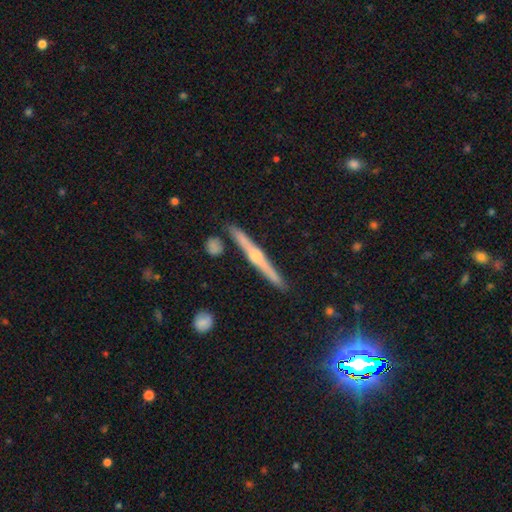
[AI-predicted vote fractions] This appears to be a featured or disk galaxy (76%) viewed edge-on (98%) with a rounded central bulge (86%). Merging: none (89%).